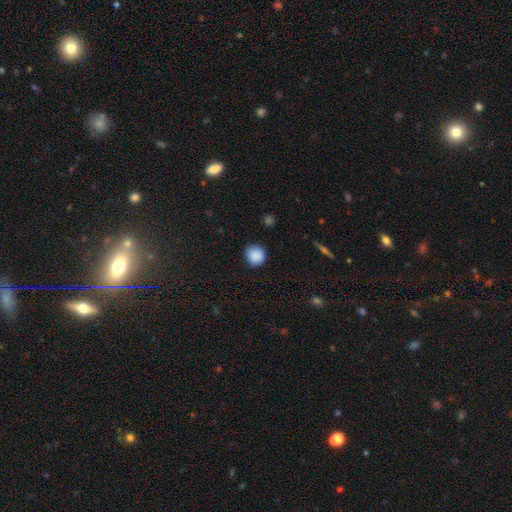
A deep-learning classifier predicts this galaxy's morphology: Smooth or featured? smooth (88%)
How rounded? round (91%)
Merging? none (84%)